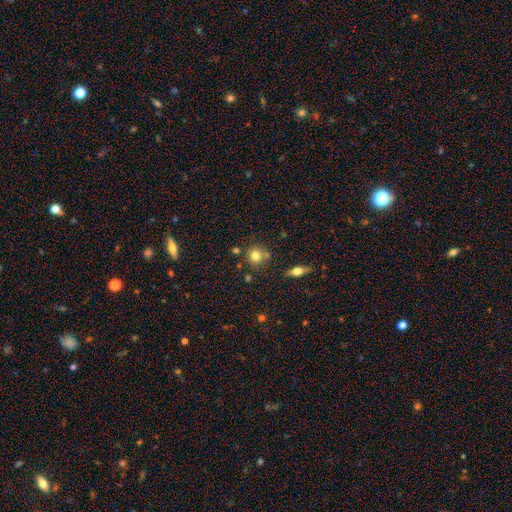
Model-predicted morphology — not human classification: type=smooth (76%); roundness=round (88%); merging=none (72%).